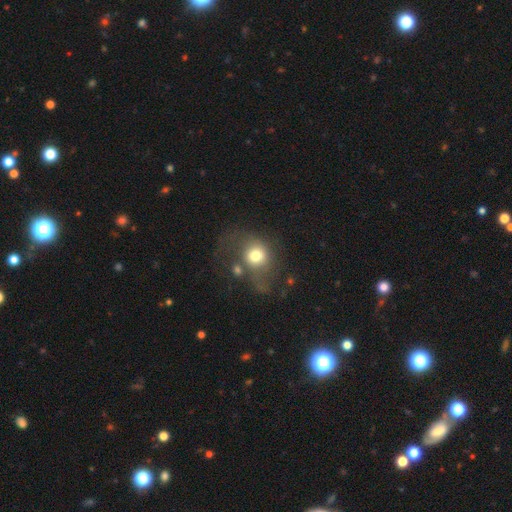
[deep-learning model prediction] Smooth or featured?
  - smooth: 68% *
  - featured or disk: 21%
  - star or artifact: 11%
How rounded?
  - round: 67% *
  - in between: 31%
  - cigar-shaped: 1%
Merging?
  - none: 34% *
  - major disturbance: 30%
  - minor disturbance: 21%
  - merger: 15%